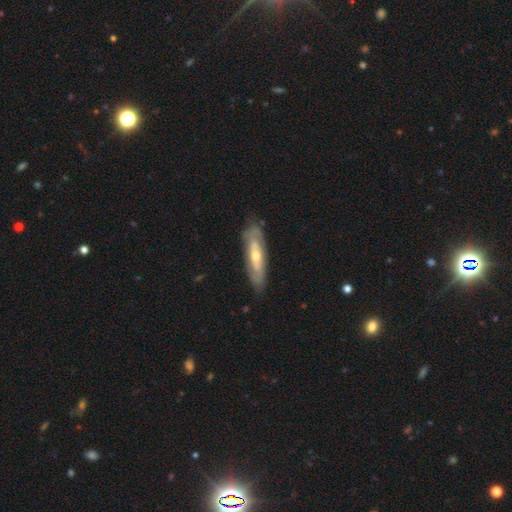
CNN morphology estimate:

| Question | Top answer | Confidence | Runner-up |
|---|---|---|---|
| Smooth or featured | featured or disk | 67% | smooth (27%) |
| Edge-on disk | no | 68% | yes (32%) |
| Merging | none | 79% | minor disturbance (15%) |